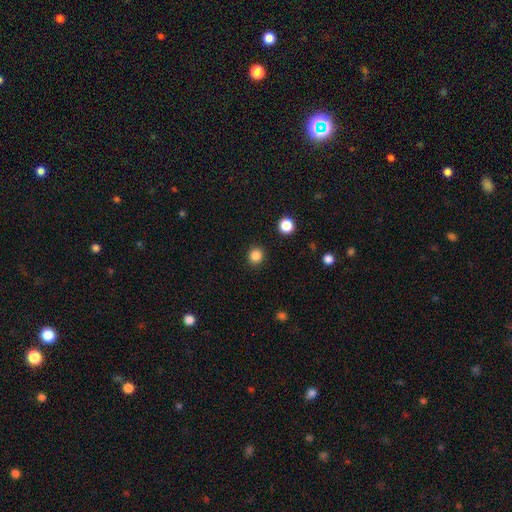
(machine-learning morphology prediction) Smooth or featured?
  - smooth: 85% *
  - star or artifact: 12%
  - featured or disk: 3%
How rounded?
  - round: 90% *
  - in between: 9%
  - cigar-shaped: 1%
Merging?
  - none: 92% *
  - minor disturbance: 5%
  - major disturbance: 2%
  - merger: 1%